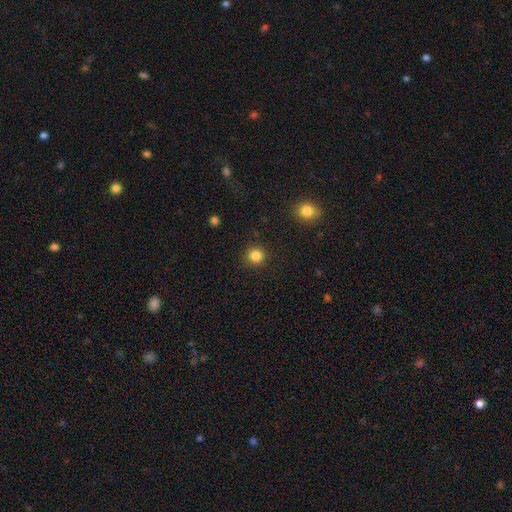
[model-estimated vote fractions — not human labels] smooth-or-featured: smooth: 84% | star or artifact: 12% | featured or disk: 4%
  how-rounded: round: 94% | in between: 5% | cigar-shaped: 1%
  merging: none: 91% | minor disturbance: 6% | major disturbance: 2% | merger: 1%